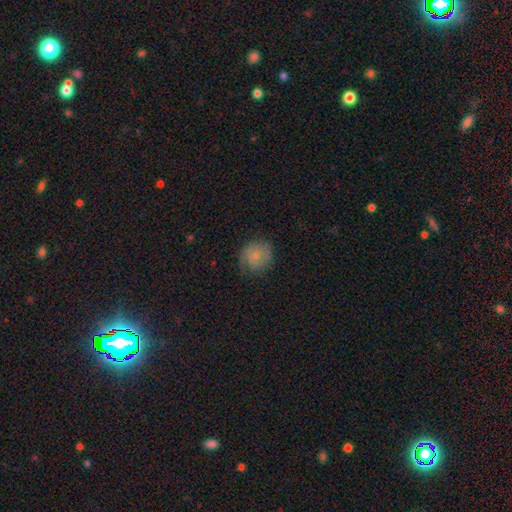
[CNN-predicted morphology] Smooth or featured: smooth — 69% (featured or disk — 23%)
How rounded: round — 81% (in between — 18%)
Merging: none — 67% (minor disturbance — 24%)